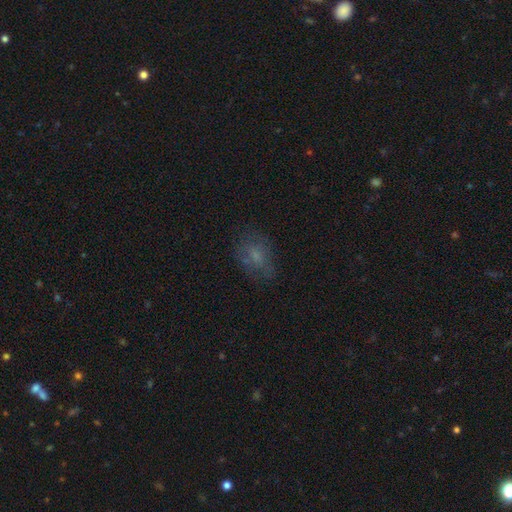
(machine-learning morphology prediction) A smooth galaxy with no disk features (60%) that is in between round and cigar-shaped (74%). Merging: none (62%).